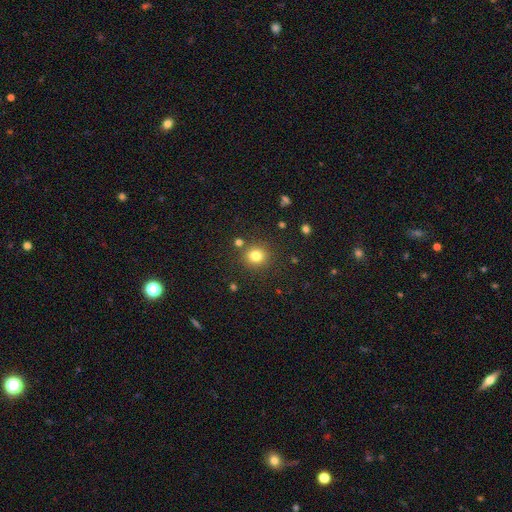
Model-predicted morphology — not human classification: Smooth or featured? smooth (80%)
How rounded? round (87%)
Merging? none (84%)